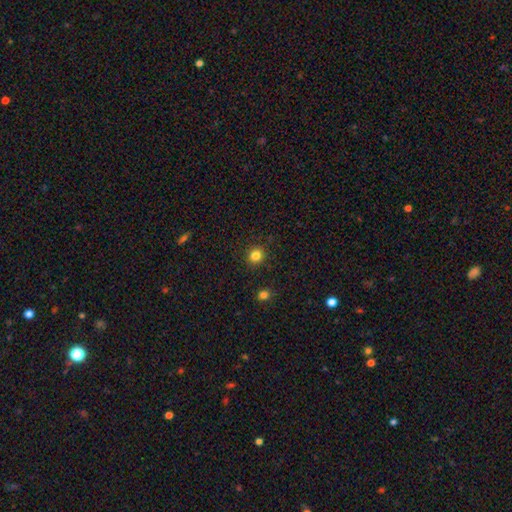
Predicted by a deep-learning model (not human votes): A smooth galaxy with no disk features (83%) that is round (86%). Merging: none (91%).